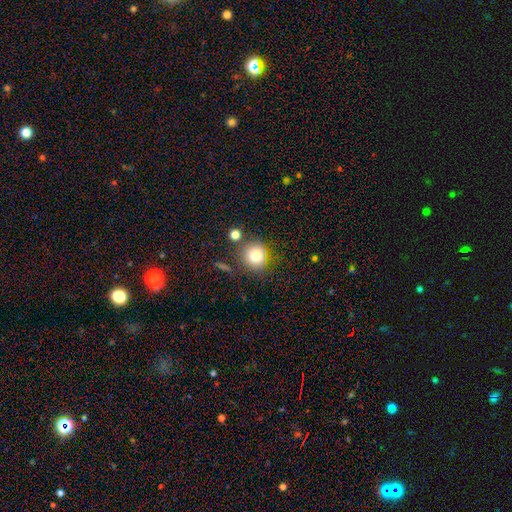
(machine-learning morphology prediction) Smooth or featured? smooth (79%)
How rounded? round (88%)
Merging? none (72%)